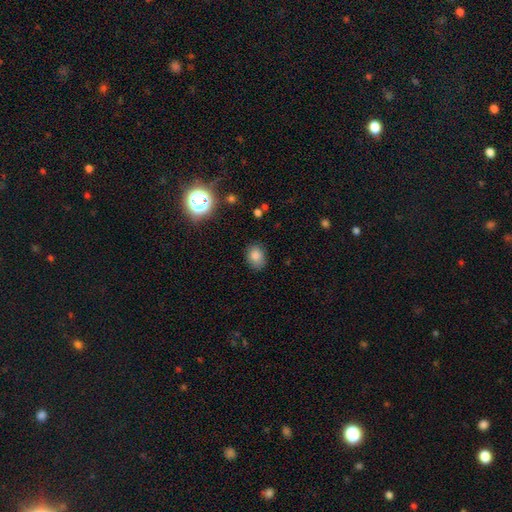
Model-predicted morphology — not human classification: smooth-or-featured: smooth: 82% | star or artifact: 12% | featured or disk: 6%
  how-rounded: in between: 59% | round: 40% | cigar-shaped: 1%
  merging: none: 79% | minor disturbance: 16% | major disturbance: 4% | merger: 2%